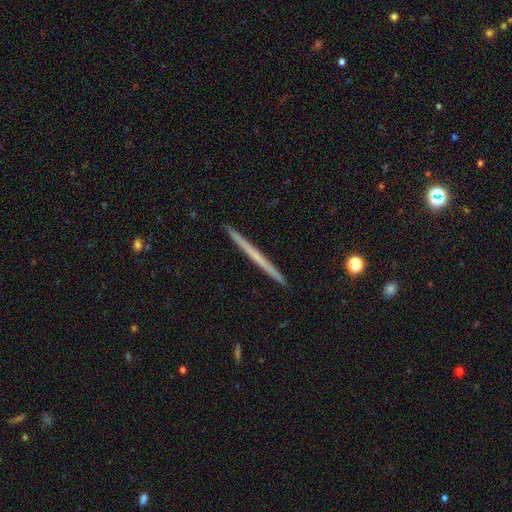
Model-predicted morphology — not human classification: This appears to be a featured or disk galaxy (56%) viewed edge-on (98%) with no central bulge (88%). Merging: none (93%).